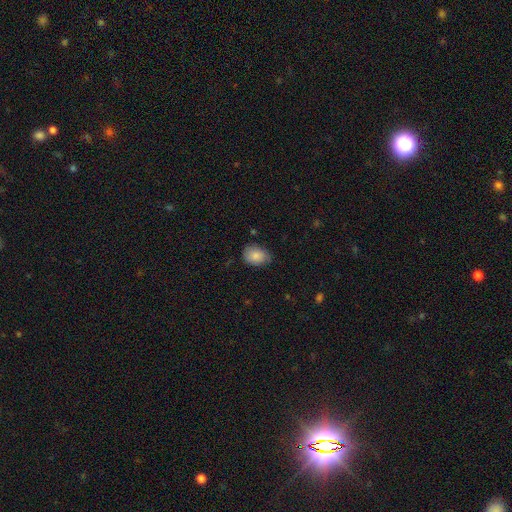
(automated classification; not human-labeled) Smooth or featured?
  - smooth: 84% *
  - featured or disk: 8%
  - star or artifact: 7%
How rounded?
  - in between: 72% *
  - round: 27%
  - cigar-shaped: 1%
Merging?
  - none: 69% *
  - minor disturbance: 26%
  - major disturbance: 4%
  - merger: 1%